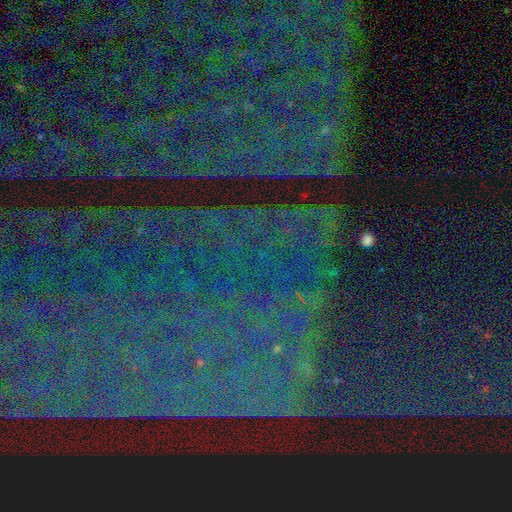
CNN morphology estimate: This is clearly a star or artifact rather than a galaxy (87%).